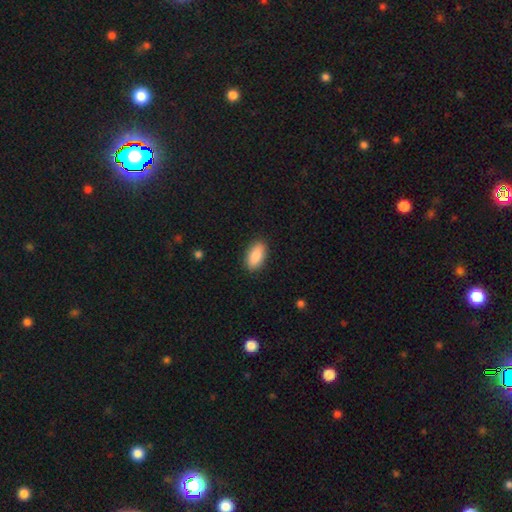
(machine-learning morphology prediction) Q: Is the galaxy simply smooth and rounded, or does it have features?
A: smooth — 88%.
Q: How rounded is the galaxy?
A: in between — 91%.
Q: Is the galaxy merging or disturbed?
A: none — 89%.